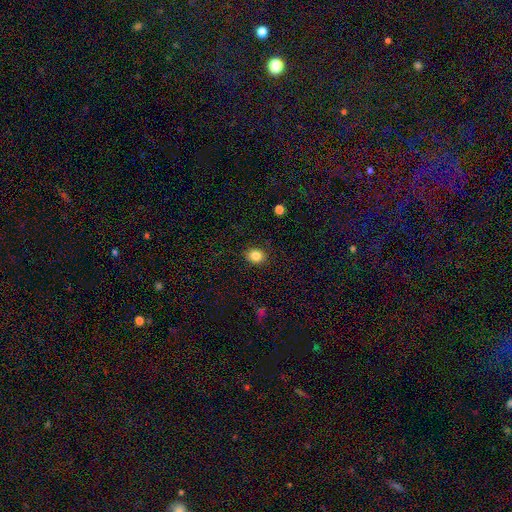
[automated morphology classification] The model was most divided on "how rounded": round: 58%, in between: 41%, cigar-shaped: 1%. More confident: merging — none (88%); smooth or featured — smooth (85%).